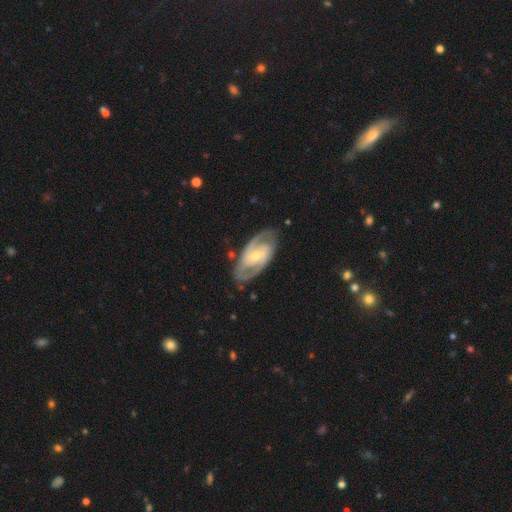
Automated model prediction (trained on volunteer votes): smooth_or_featured: featured or disk (p=0.87) [alt: smooth p=0.09]
disk_edge_on: no (p=0.95) [alt: yes p=0.05]
bar: weak (p=0.42) [alt: no p=0.29]
has_spiral_arms: yes (p=0.95) [alt: no p=0.05]
spiral_winding: medium (p=0.50) [alt: tight p=0.38]
spiral_arm_count: 2 (p=0.87) [alt: can't tell p=0.06]
bulge_size: small (p=0.52) [alt: moderate p=0.44]
merging: none (p=0.80) [alt: minor disturbance p=0.14]